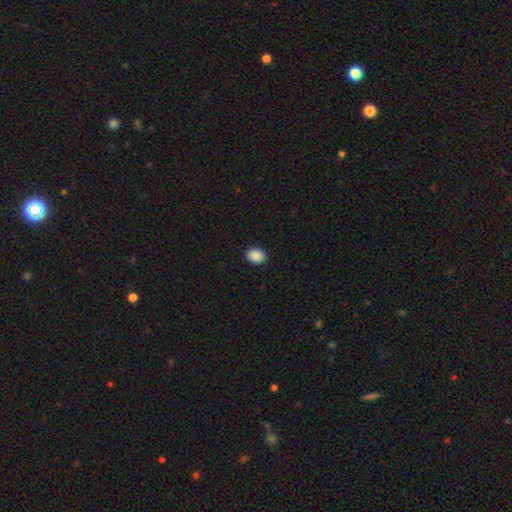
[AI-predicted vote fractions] Q: Smooth or featured?
A: smooth (90%); runner-up: star or artifact (8%)
Q: How rounded?
A: in between (69%); runner-up: round (30%)
Q: Merging?
A: none (91%); runner-up: minor disturbance (6%)